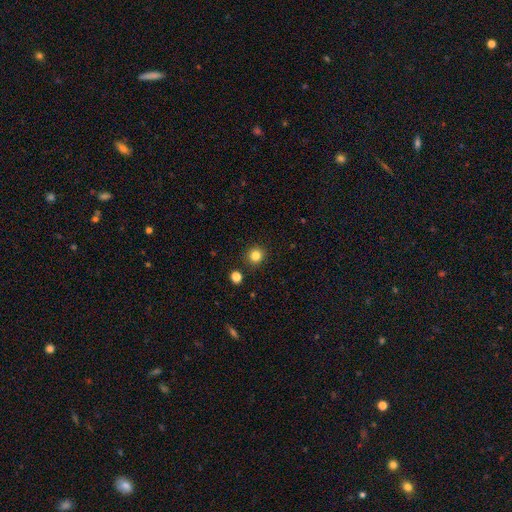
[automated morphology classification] Smooth or featured?
  - smooth: 83% *
  - star or artifact: 13%
  - featured or disk: 5%
How rounded?
  - round: 92% *
  - in between: 7%
  - cigar-shaped: 1%
Merging?
  - none: 90% *
  - minor disturbance: 6%
  - merger: 2%
  - major disturbance: 2%